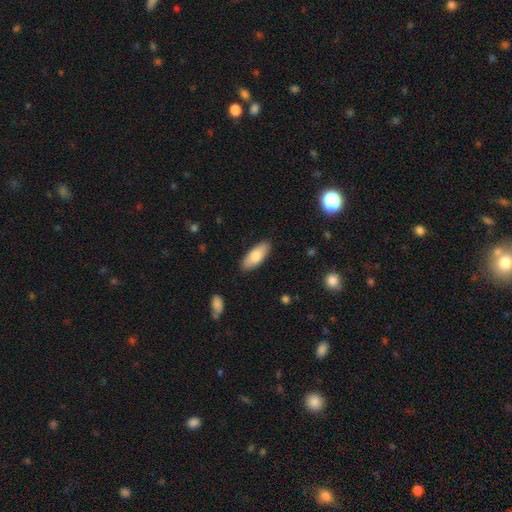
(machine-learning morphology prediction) Smooth or featured?
  - smooth: 79% *
  - featured or disk: 15%
  - star or artifact: 6%
How rounded?
  - in between: 80% *
  - cigar-shaped: 18%
  - round: 2%
Merging?
  - none: 88% *
  - minor disturbance: 9%
  - major disturbance: 2%
  - merger: 1%